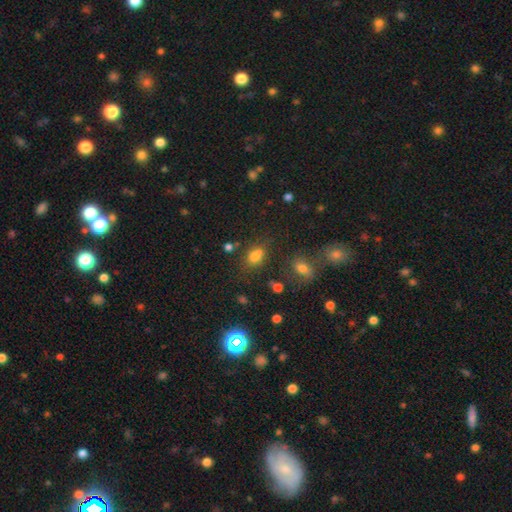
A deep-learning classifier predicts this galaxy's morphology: Overall: smooth (73%). How rounded: in between (70%). Merging: none (63%).